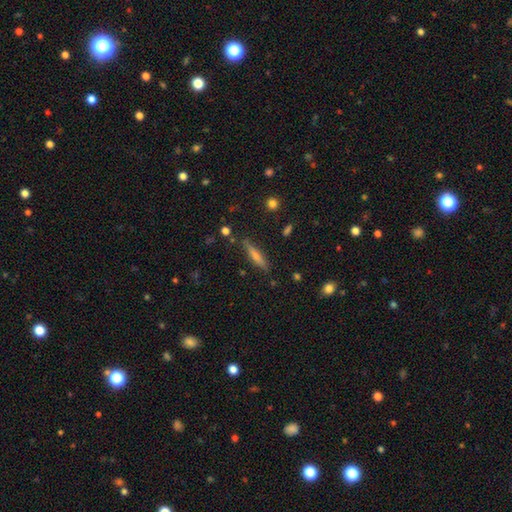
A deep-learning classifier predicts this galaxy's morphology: The model was most divided on "smooth or featured": featured or disk: 49%, smooth: 41%, star or artifact: 10%. More confident: merging — none (85%).